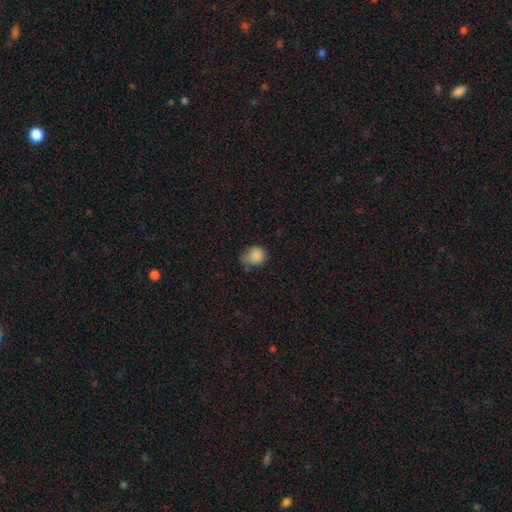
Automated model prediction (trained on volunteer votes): Overall: smooth (86%). How rounded: round (67%; in between 33%). Merging: none (45%; minor disturbance 40%).